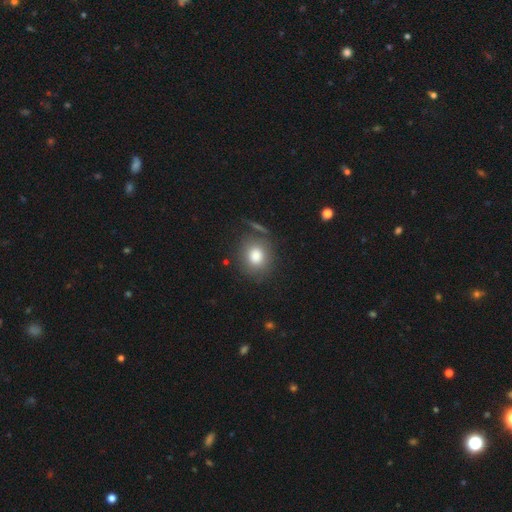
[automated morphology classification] A smooth galaxy with no disk features (81%) that is round (69%). Merging: none (76%).